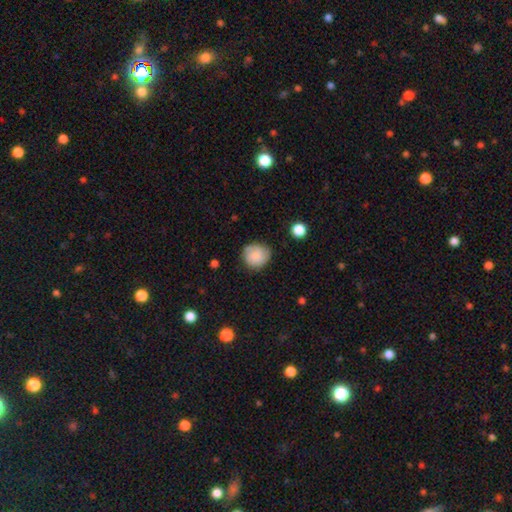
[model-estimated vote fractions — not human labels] The model was most divided on "smooth or featured": smooth: 72%, featured or disk: 20%, star or artifact: 8%. More confident: how rounded — round (86%); merging — none (75%).